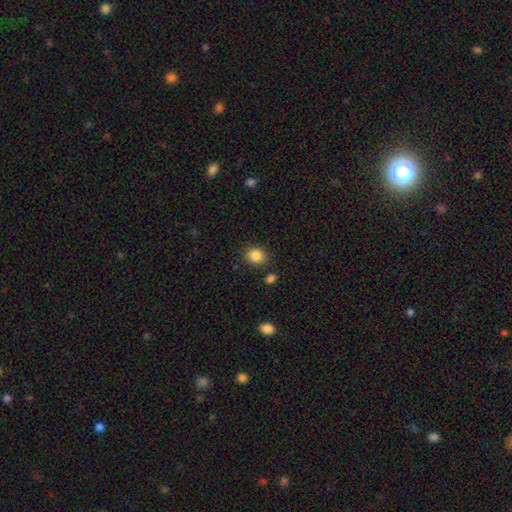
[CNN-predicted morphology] Smooth or featured? smooth (86%)
How rounded? round (70%)
Merging? none (84%)